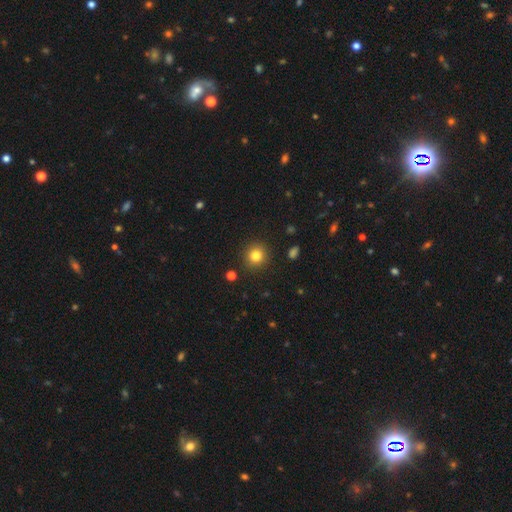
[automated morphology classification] smooth-or-featured: smooth: 82% | star or artifact: 12% | featured or disk: 6%
  how-rounded: round: 91% | in between: 8% | cigar-shaped: 1%
  merging: none: 90% | minor disturbance: 6% | major disturbance: 2% | merger: 2%